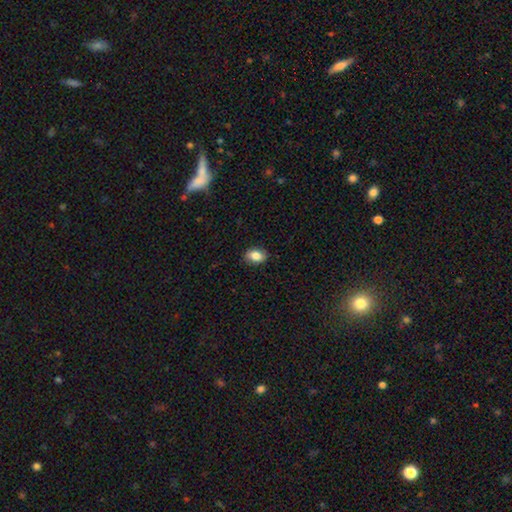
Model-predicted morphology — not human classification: This is clearly a smooth galaxy (84%). How rounded: likely in between (78%). Merging: clearly none (87%).